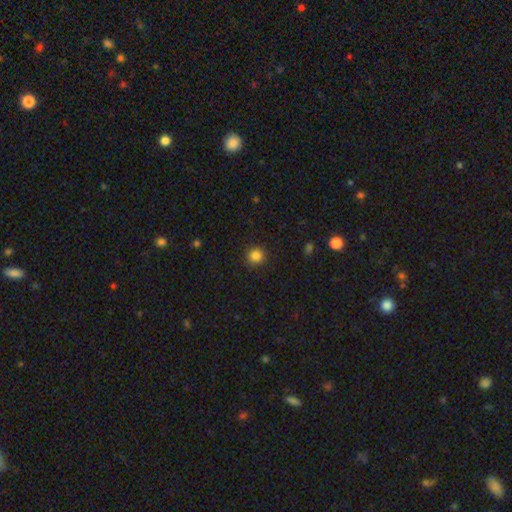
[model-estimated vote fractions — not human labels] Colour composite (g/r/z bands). It shows a smooth galaxy with no disk features (85%) that is round (91%). Merging: none (89%).